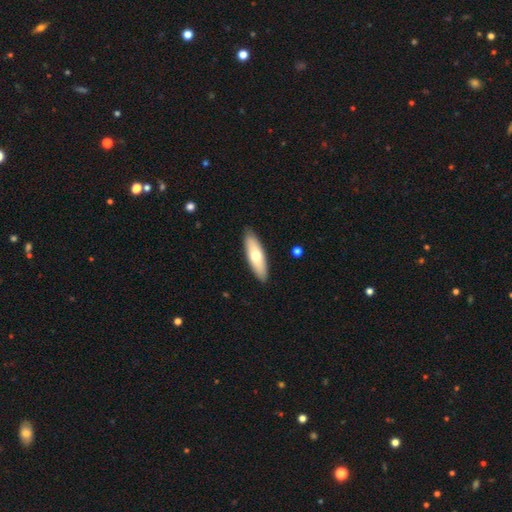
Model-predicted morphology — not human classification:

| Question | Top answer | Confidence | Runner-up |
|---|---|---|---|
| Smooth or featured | smooth | 66% | featured or disk (29%) |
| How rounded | cigar-shaped | 52% | in between (46%) |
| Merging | none | 89% | minor disturbance (9%) |